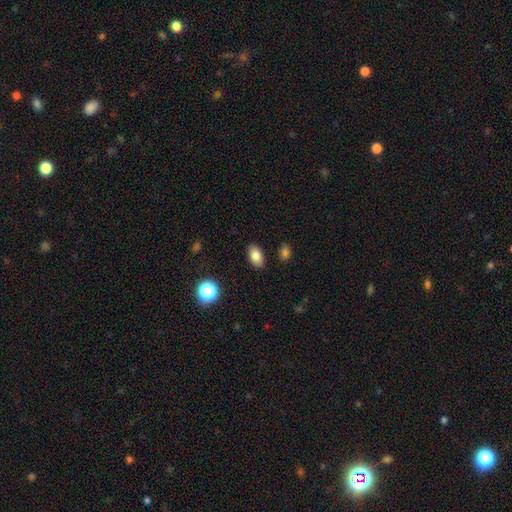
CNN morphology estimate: Smooth or featured? Predicted: smooth (p=0.82). How rounded? Predicted: in between (p=0.91). Merging? Predicted: none (p=0.87).